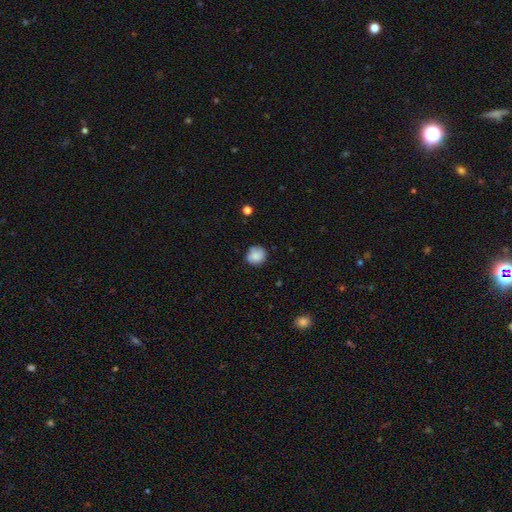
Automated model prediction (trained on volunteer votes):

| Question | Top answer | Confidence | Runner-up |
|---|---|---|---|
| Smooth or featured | smooth | 82% | featured or disk (10%) |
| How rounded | round | 87% | in between (12%) |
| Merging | none | 75% | minor disturbance (19%) |